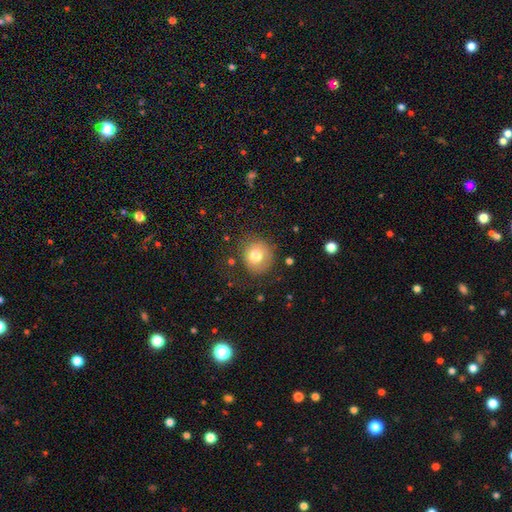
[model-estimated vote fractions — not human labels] smooth-or-featured: smooth: 77% | featured or disk: 13% | star or artifact: 10%
  how-rounded: round: 88% | in between: 11% | cigar-shaped: 1%
  merging: none: 76% | minor disturbance: 14% | major disturbance: 8% | merger: 2%